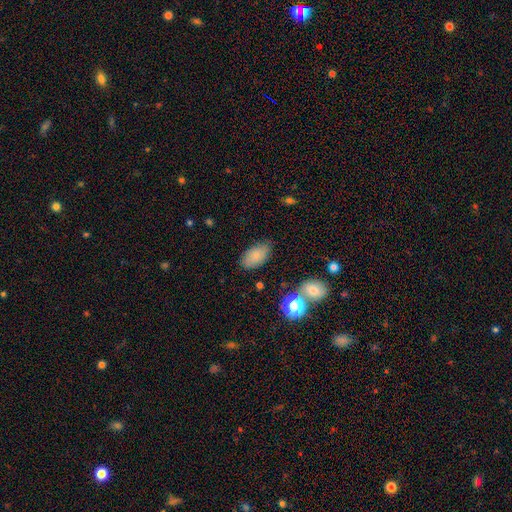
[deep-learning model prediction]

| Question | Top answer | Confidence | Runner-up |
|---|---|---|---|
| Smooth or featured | smooth | 79% | featured or disk (11%) |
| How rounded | in between | 92% | round (6%) |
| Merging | none | 76% | minor disturbance (17%) |